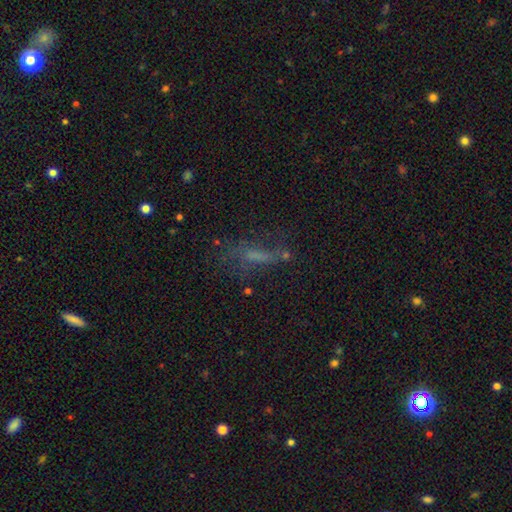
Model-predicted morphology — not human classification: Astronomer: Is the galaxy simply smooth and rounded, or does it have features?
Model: smooth — 43% (runner-up: featured or disk, 32%).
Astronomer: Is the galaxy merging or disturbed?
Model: none — 47% (runner-up: major disturbance, 26%).